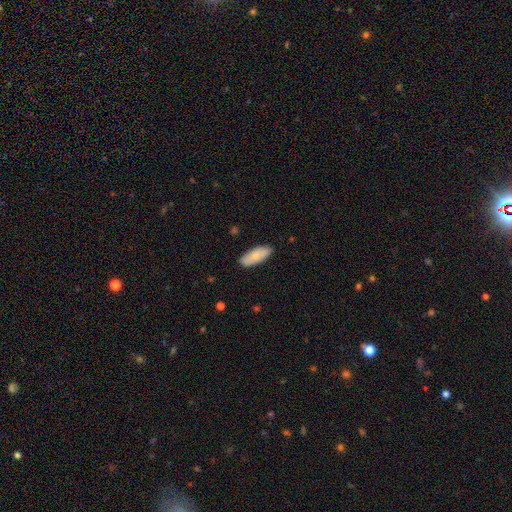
Smooth or featured? smooth (92%)
How rounded? in between (74%)
Merging? none (86%)